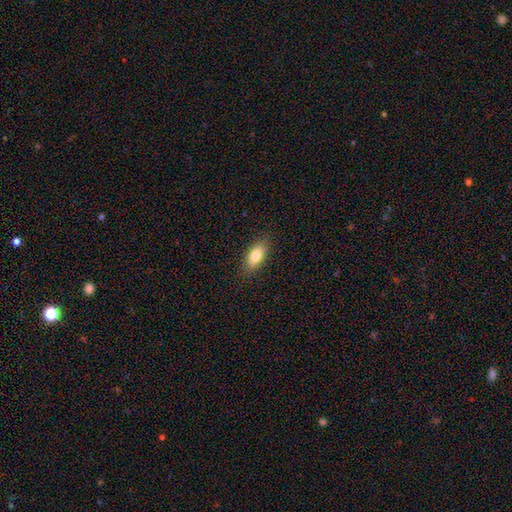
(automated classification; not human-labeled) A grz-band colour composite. It shows a smooth galaxy with no disk features (81%) that is in between round and cigar-shaped (84%). Merging: none (86%).